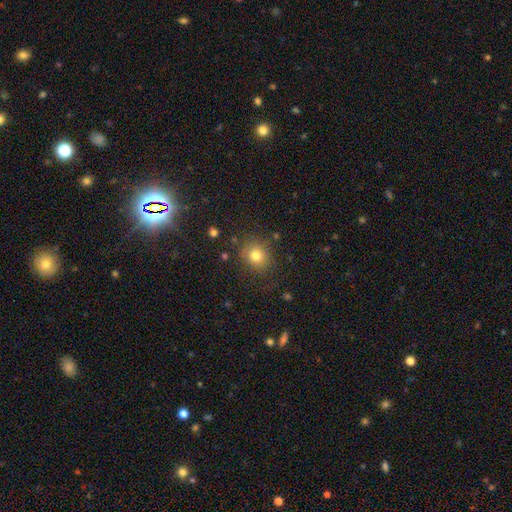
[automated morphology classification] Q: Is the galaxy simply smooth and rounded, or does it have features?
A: smooth — 78%.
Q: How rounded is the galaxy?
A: round — 81%.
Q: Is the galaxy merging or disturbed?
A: none — 82%.